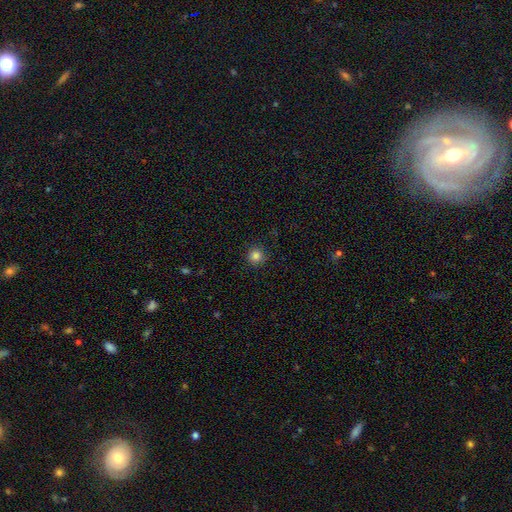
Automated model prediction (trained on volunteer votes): smooth-or-featured: smooth: 84% | star or artifact: 12% | featured or disk: 4%
  how-rounded: round: 95% | in between: 4% | cigar-shaped: 1%
  merging: none: 89% | minor disturbance: 7% | major disturbance: 2% | merger: 1%